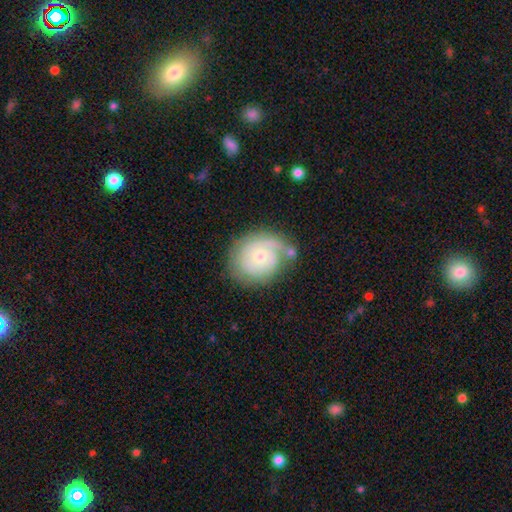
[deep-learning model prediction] This appears to be a featured or disk galaxy (64%) with no bar (78%), 2 (35%) tight (65%) spiral arms (84%) and a small central bulge (52%). Merging: none (67%).